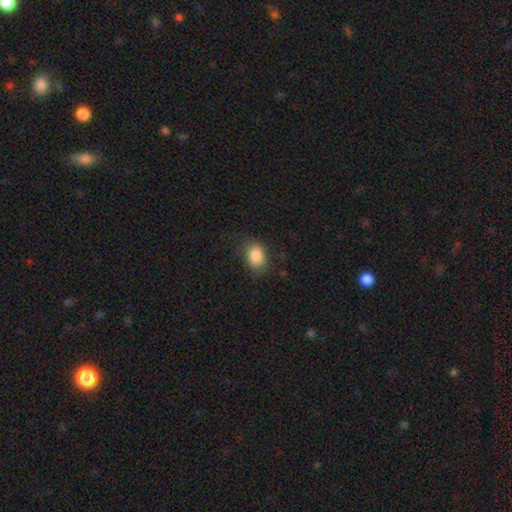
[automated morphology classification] type=smooth (86%); roundness=in between (61%); merging=none (73%).